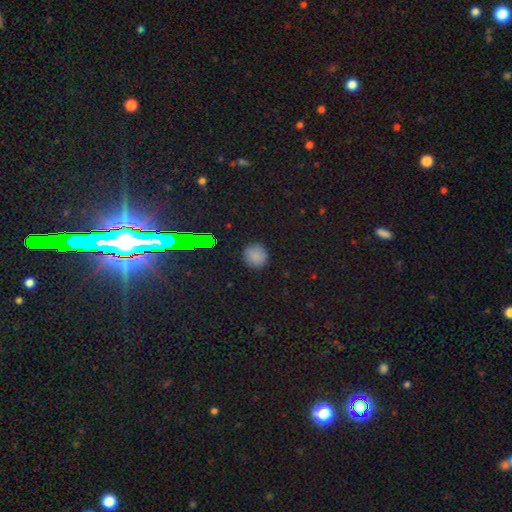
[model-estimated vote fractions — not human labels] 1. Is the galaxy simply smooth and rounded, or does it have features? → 81% smooth, 15% star or artifact, 4% featured or disk.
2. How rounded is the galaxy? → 90% round, 9% in between, 1% cigar-shaped.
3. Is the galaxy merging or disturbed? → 89% none, 8% minor disturbance, 2% major disturbance, 1% merger.